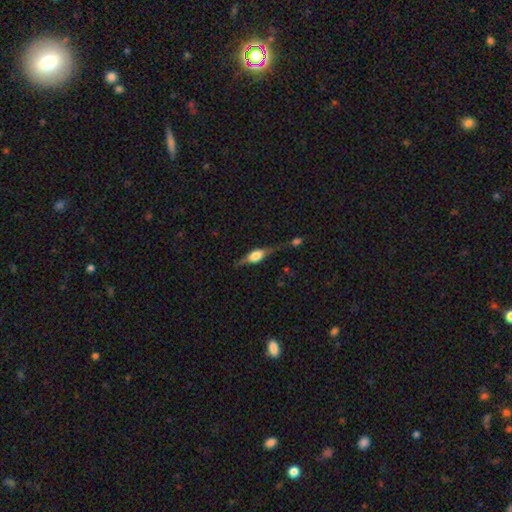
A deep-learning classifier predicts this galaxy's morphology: The model was most divided on "smooth or featured": featured or disk: 60%, smooth: 32%, star or artifact: 8%. More confident: edge-on disk — yes (90%); edge-on bulge — rounded (87%); merging — none (53%).